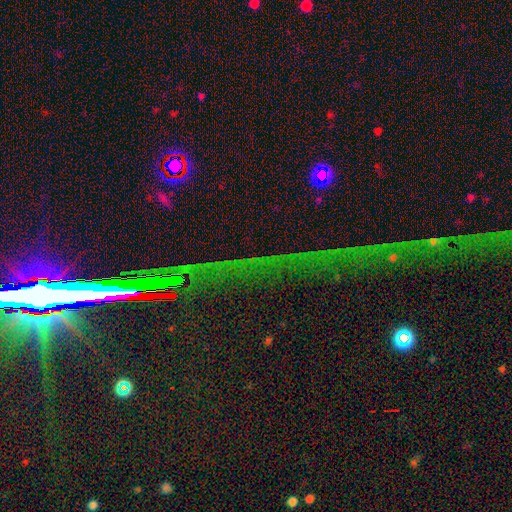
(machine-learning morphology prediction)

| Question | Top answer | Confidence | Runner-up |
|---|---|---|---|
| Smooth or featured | star or artifact | 77% | featured or disk (12%) |